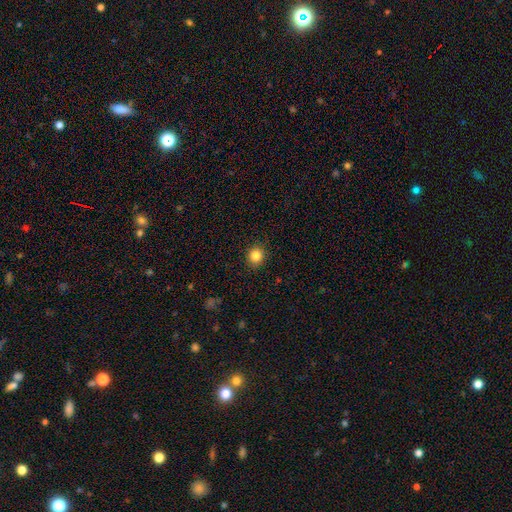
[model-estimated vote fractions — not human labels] A smooth galaxy with no disk features (85%) that is round (86%). Merging: none (91%).